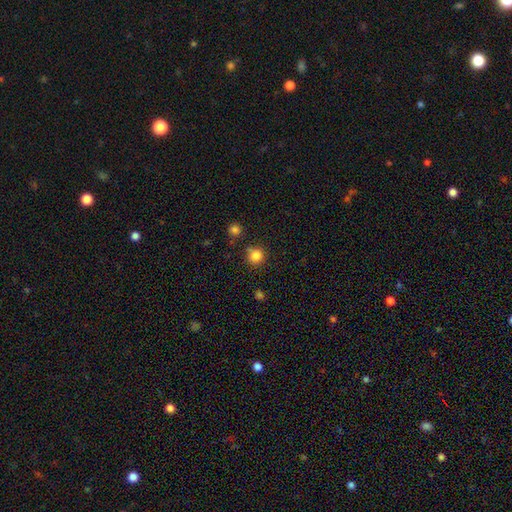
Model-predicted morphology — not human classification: Overall: smooth (83%). How rounded: round (92%). Merging: none (79%).